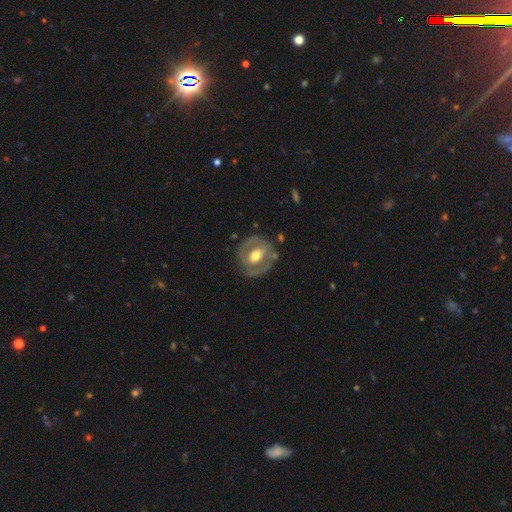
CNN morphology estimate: Overall: featured or disk (66%; smooth 29%). Edge-on disk: no (95%). Bar: weak (37%; no 36%). Spiral arms: no (62%; yes 38%). Bulge size: moderate (71%). Merging: none (74%).